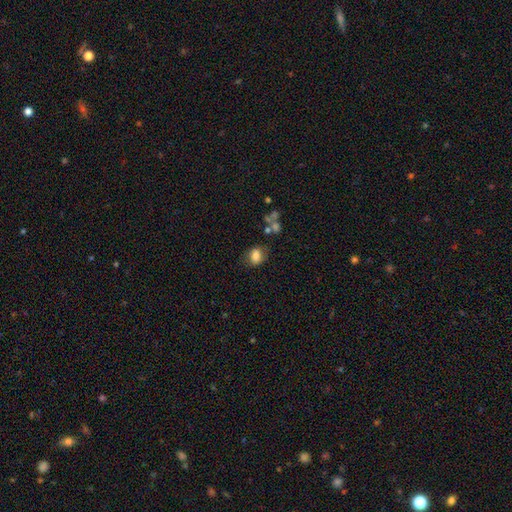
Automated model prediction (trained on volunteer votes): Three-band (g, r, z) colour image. It shows a smooth galaxy with no disk features (79%) that is in between round and cigar-shaped (65%). Merging: none (64%).